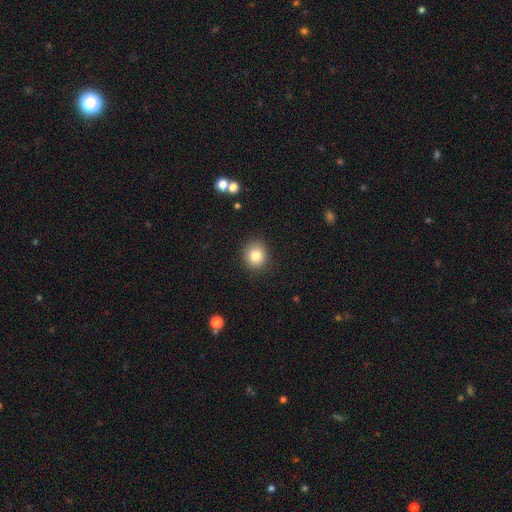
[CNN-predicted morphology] Smooth or featured? Predicted: smooth (p=0.82). How rounded? Predicted: round (p=0.79). Merging? Predicted: none (p=0.89).